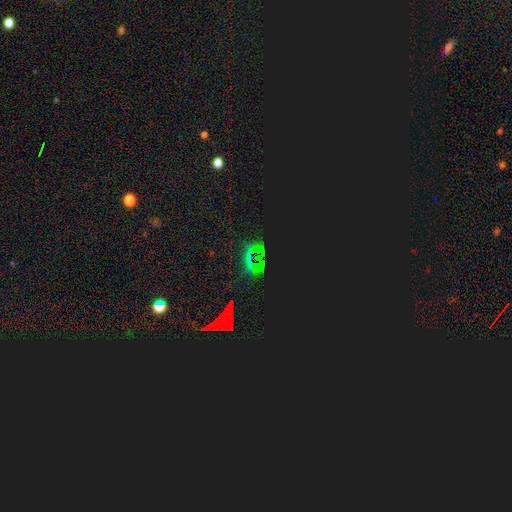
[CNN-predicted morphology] A star or artifact, not a galaxy (81%).

Vote fractions:
- Smooth or featured? star or artifact: 81% / smooth: 12% / featured or disk: 7%